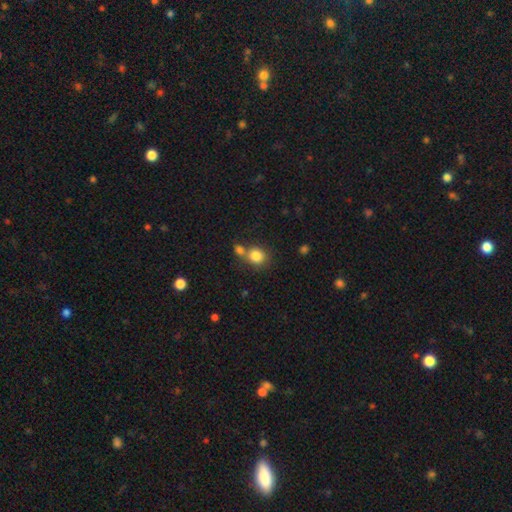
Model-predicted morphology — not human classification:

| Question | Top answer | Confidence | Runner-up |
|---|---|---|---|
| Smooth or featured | smooth | 83% | star or artifact (10%) |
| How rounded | round | 77% | in between (22%) |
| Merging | none | 52% | merger (34%) |